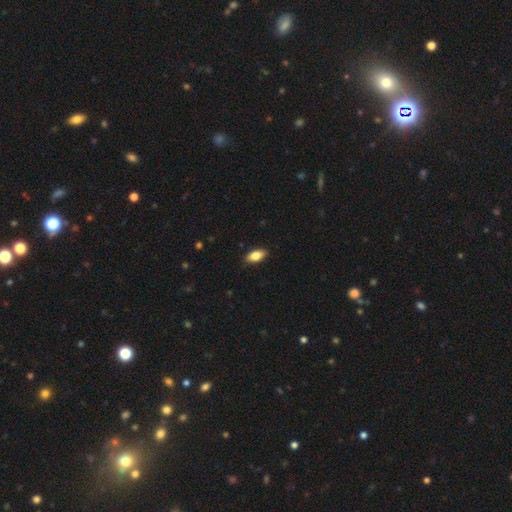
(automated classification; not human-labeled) A smooth galaxy with no disk features (78%) that is in between round and cigar-shaped (87%).

Vote fractions:
- Smooth or featured? smooth: 78% / featured or disk: 15% / star or artifact: 7%
- How rounded? in between: 87% / cigar-shaped: 10% / round: 3%
- Merging? none: 88% / minor disturbance: 10% / major disturbance: 2% / merger: 1%